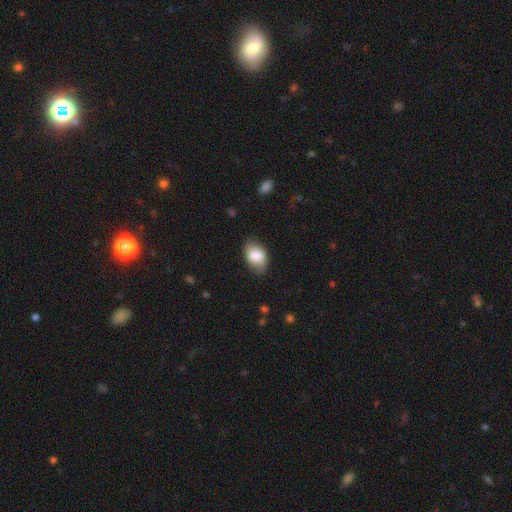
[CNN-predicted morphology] Overall: smooth (81%). How rounded: in between (88%). Merging: none (79%).